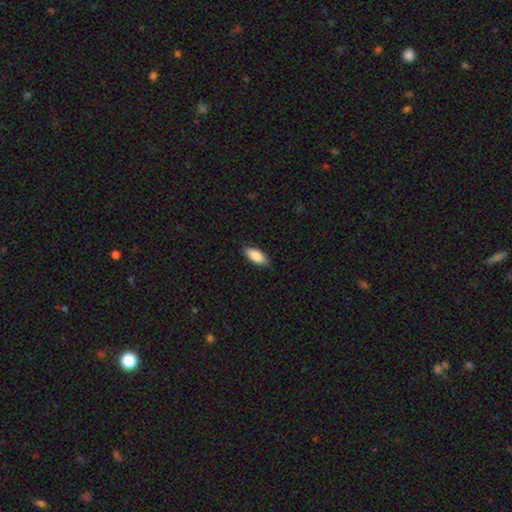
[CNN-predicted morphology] A smooth galaxy with no disk features (85%) that is in between round and cigar-shaped (84%).

Vote fractions:
- Smooth or featured? smooth: 85% / featured or disk: 9% / star or artifact: 6%
- How rounded? in between: 84% / cigar-shaped: 14% / round: 2%
- Merging? none: 86% / minor disturbance: 11% / major disturbance: 2% / merger: 1%